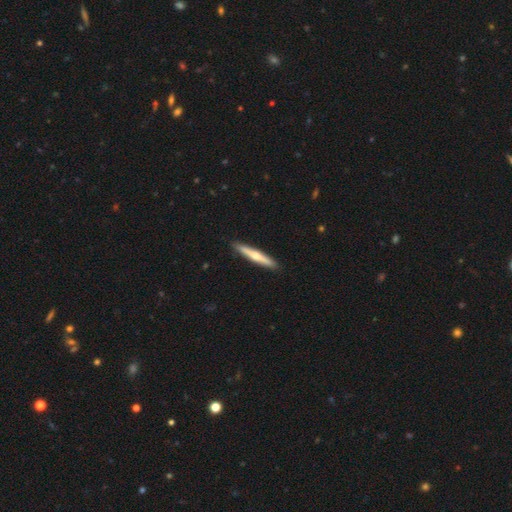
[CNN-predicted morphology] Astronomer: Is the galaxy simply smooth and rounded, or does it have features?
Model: featured or disk — 51% (runner-up: smooth, 45%).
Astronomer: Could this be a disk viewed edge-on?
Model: yes — 96%.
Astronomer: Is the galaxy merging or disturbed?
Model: none — 92%.